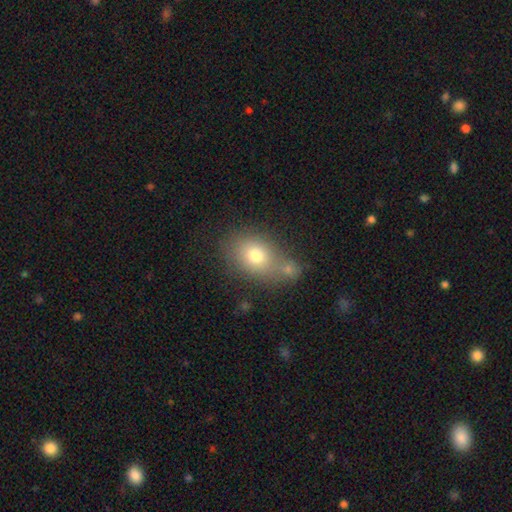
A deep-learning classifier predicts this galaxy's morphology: smooth 74%, featured or disk 15%, star or artifact 12%. Down the decision tree: how rounded — in between (65%); merging — none (49%).